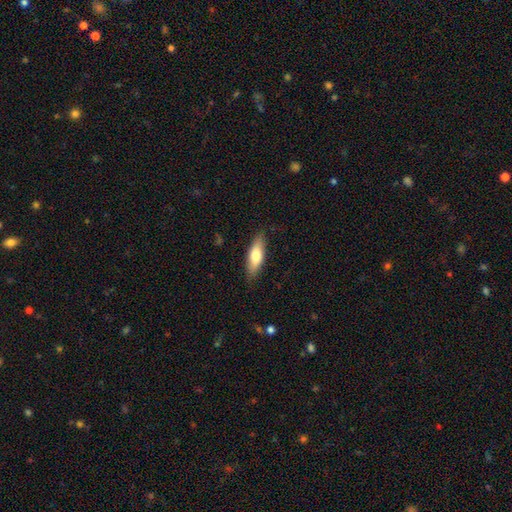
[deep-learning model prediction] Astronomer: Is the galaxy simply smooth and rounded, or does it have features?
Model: smooth — 73%.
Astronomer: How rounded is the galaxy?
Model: in between — 58% (runner-up: cigar-shaped, 39%).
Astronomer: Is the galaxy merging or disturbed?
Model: none — 82%.